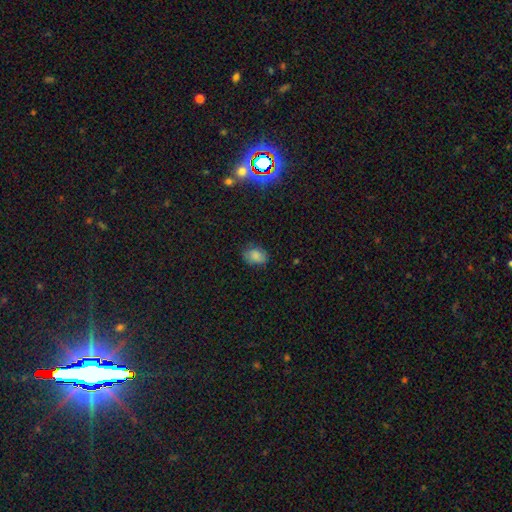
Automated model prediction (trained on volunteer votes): The model was most divided on "how rounded": in between: 72%, round: 27%, cigar-shaped: 1%. More confident: smooth or featured — smooth (80%); merging — none (73%).